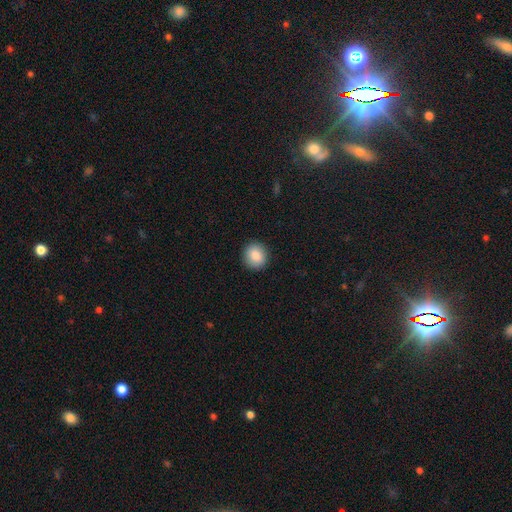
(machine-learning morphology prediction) type=smooth (86%); roundness=round (87%); merging=none (91%).